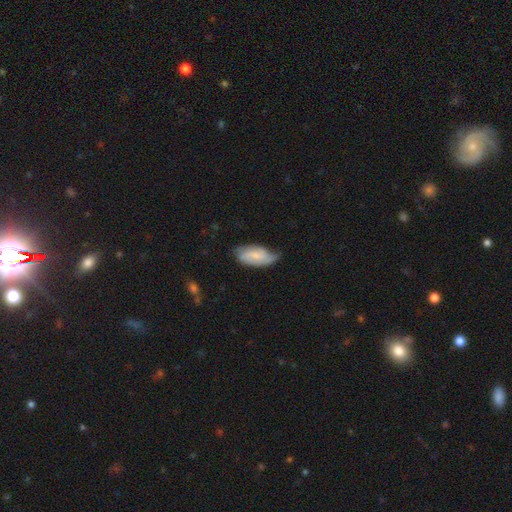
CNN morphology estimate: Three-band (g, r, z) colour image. It shows a smooth galaxy with no disk features (52%) that is in between round and cigar-shaped (89%). Merging: none (49%).